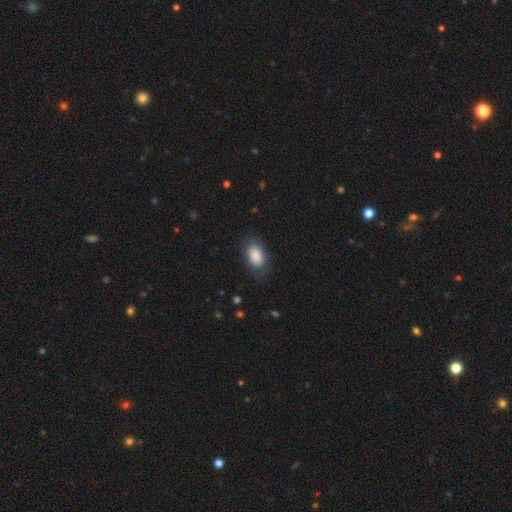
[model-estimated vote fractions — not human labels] smooth-or-featured: smooth: 87% | star or artifact: 7% | featured or disk: 6%
  how-rounded: in between: 92% | round: 6% | cigar-shaped: 2%
  merging: none: 76% | minor disturbance: 17% | major disturbance: 6% | merger: 1%